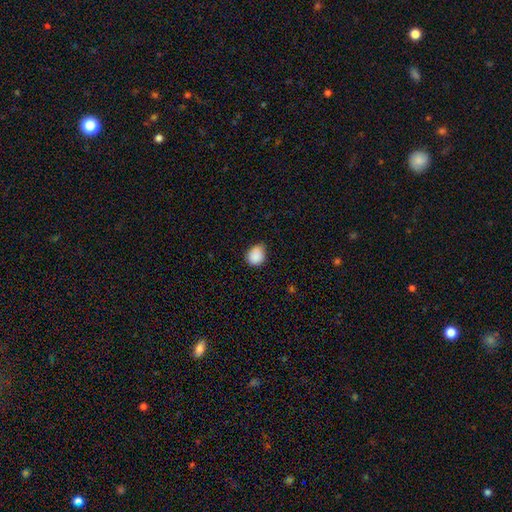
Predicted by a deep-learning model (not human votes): Overall: smooth (88%). How rounded: round (58%; in between 41%). Merging: none (56%; minor disturbance 37%).